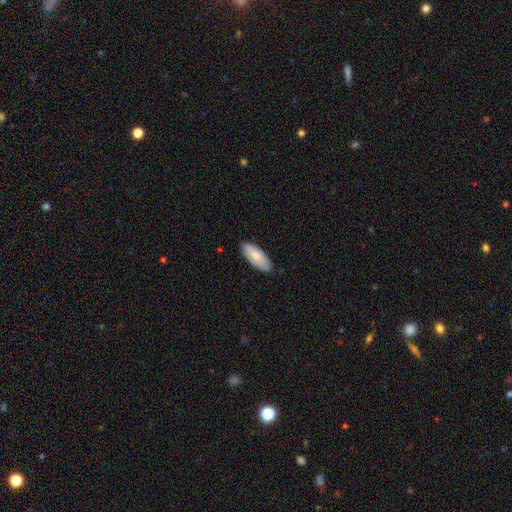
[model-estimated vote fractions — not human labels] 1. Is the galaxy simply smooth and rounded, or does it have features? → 80% smooth, 15% featured or disk, 5% star or artifact.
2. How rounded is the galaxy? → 83% in between, 16% cigar-shaped, 2% round.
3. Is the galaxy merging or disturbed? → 85% none, 13% minor disturbance, 2% major disturbance, 1% merger.